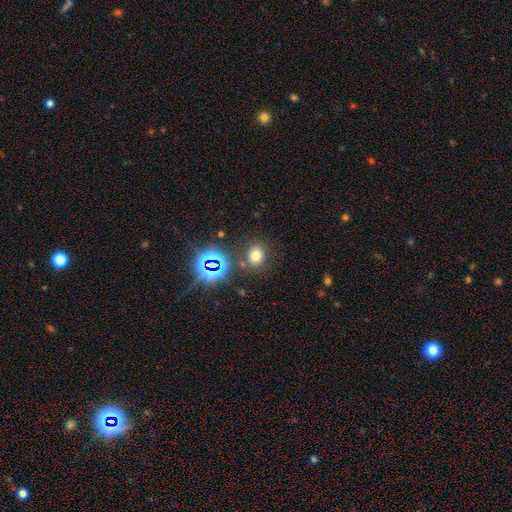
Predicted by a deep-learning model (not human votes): smooth-or-featured: smooth: 67% | star or artifact: 24% | featured or disk: 9%
  how-rounded: round: 57% | in between: 42% | cigar-shaped: 1%
  merging: none: 81% | minor disturbance: 9% | merger: 6% | major disturbance: 4%